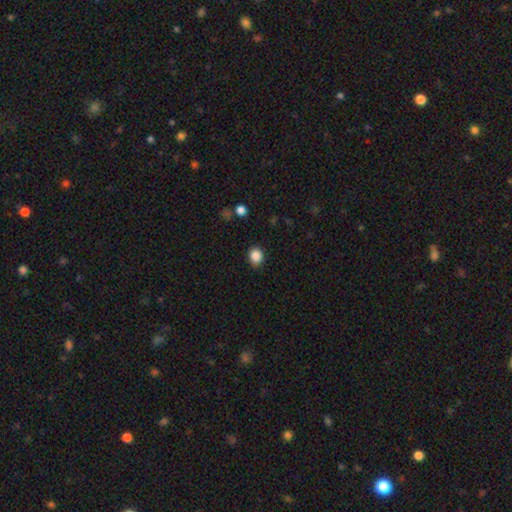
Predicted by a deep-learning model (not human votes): A smooth galaxy with no disk features (86%) that is round (72%). Merging: none (83%).